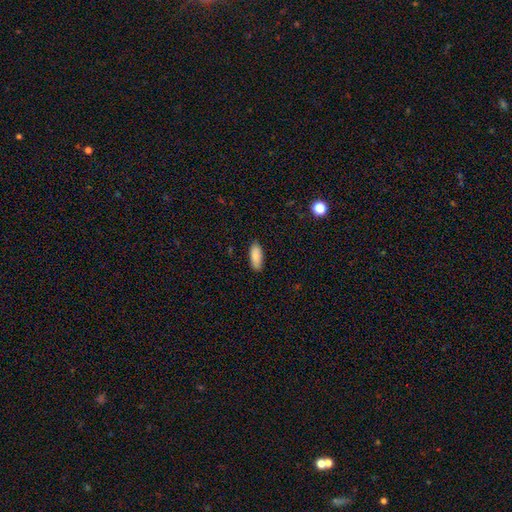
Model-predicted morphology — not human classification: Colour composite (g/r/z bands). It shows a smooth galaxy with no disk features (88%) that is in between round and cigar-shaped (80%). Merging: none (86%).